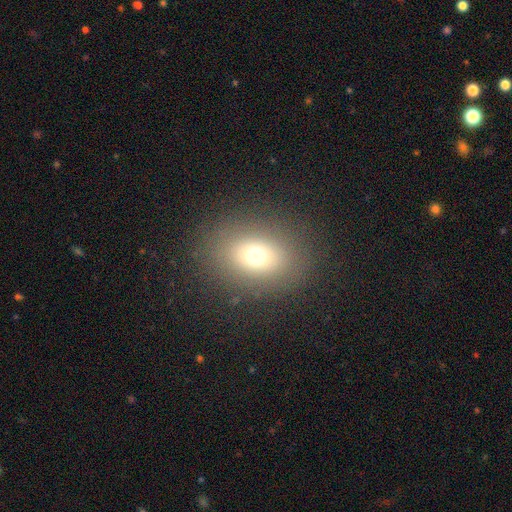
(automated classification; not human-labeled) smooth_or_featured: smooth (p=0.68) [alt: star or artifact p=0.16]
how_rounded: in between (p=0.60) [alt: round p=0.39]
merging: none (p=0.84) [alt: minor disturbance p=0.09]